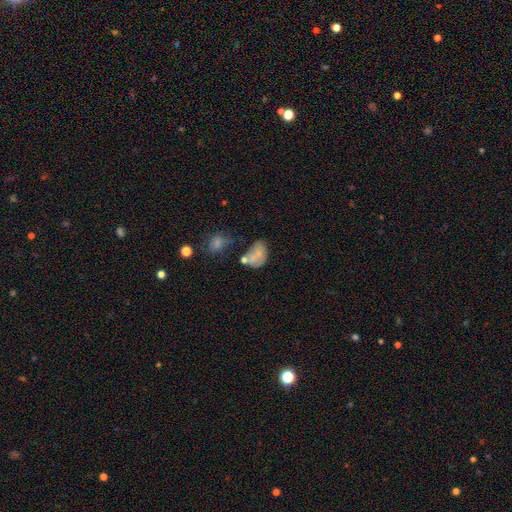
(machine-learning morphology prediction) This is likely a smooth galaxy (63%). How rounded: likely in between (79%). Merging: marginally none (30%).